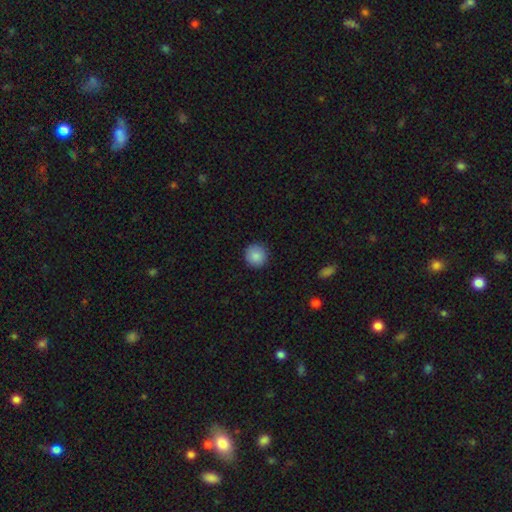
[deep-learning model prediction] smooth-or-featured: smooth: 87% | star or artifact: 8% | featured or disk: 4%
  how-rounded: round: 93% | in between: 6% | cigar-shaped: 1%
  merging: none: 91% | minor disturbance: 6% | major disturbance: 2% | merger: 1%